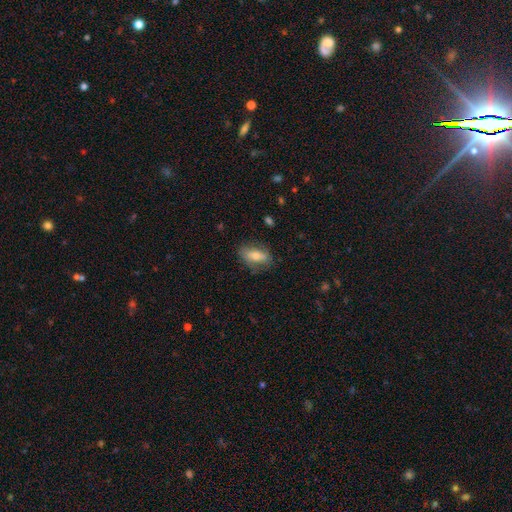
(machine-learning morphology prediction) Smooth or featured? smooth (66%)
How rounded? in between (84%)
Merging? none (74%)